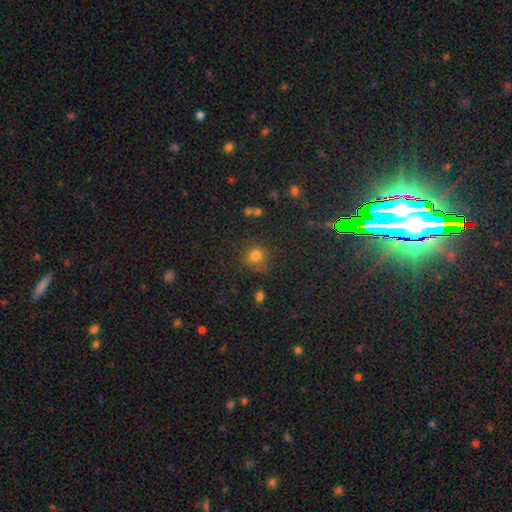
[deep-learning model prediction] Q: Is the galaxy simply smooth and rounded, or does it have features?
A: smooth — 71%.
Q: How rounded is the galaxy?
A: round — 81%.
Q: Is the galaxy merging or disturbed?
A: none — 68%.